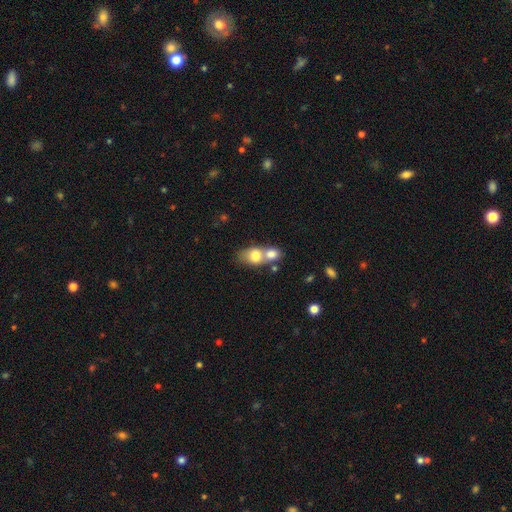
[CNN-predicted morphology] A smooth galaxy with no disk features (76%) that is in between round and cigar-shaped (64%). Merging: merger (71%).